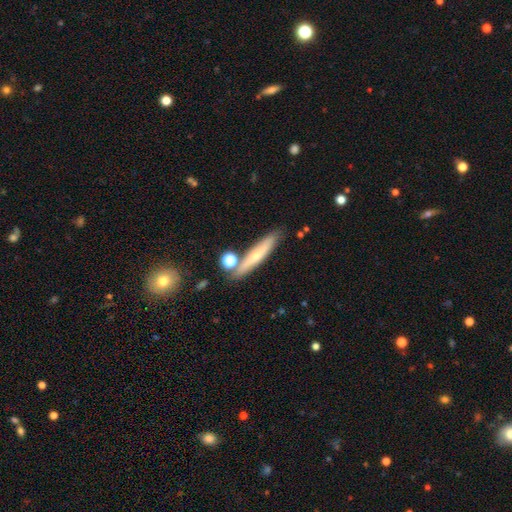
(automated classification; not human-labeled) This appears to be a smooth galaxy with no disk features (49%). Merging: none (78%).